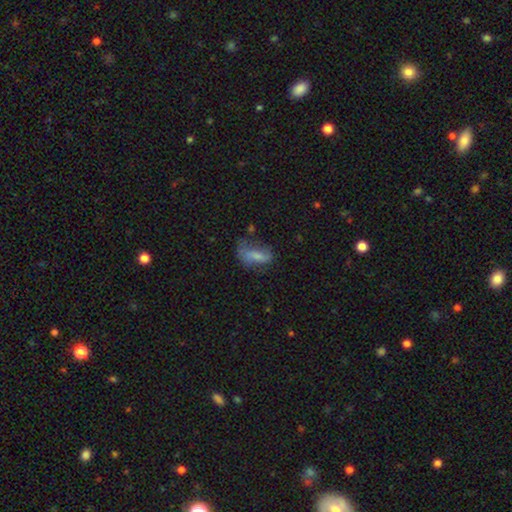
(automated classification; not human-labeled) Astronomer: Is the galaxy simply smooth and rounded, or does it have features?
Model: smooth — 57% (runner-up: featured or disk, 32%).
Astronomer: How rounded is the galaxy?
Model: in between — 80%.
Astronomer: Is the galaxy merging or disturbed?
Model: none — 36% (runner-up: major disturbance, 31%).